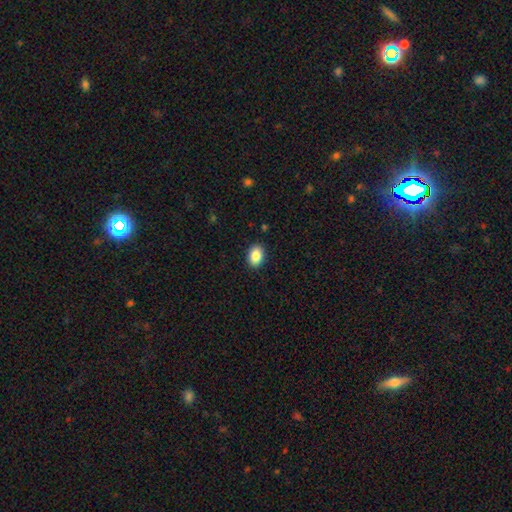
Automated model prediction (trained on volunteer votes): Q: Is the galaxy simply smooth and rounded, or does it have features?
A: smooth — 87%.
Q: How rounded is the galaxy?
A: in between — 76%.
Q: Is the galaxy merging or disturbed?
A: none — 91%.